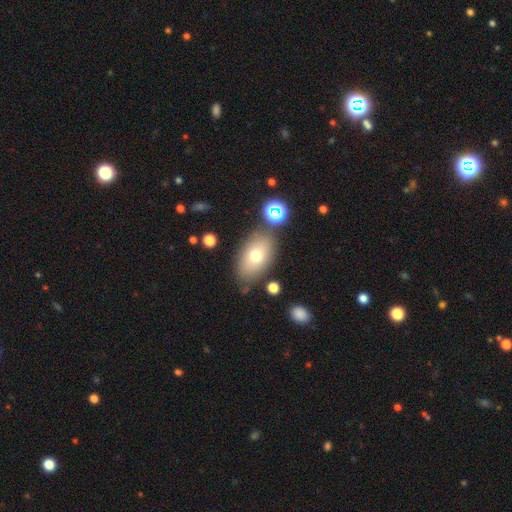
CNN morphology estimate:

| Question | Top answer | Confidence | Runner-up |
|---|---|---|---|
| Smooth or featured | smooth | 70% | featured or disk (19%) |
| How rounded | in between | 88% | round (10%) |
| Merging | none | 77% | minor disturbance (13%) |